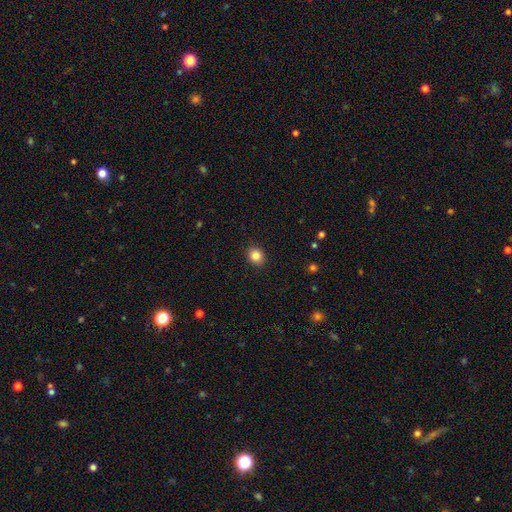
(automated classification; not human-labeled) Overall: smooth (84%). How rounded: round (78%). Merging: none (91%).